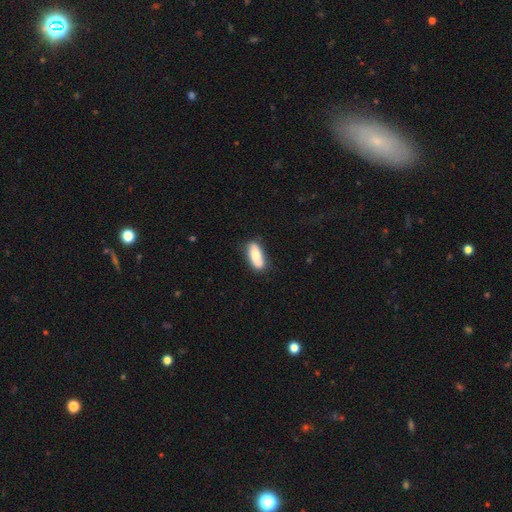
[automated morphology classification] Overall: smooth (68%). How rounded: in between (79%). Merging: none (76%).